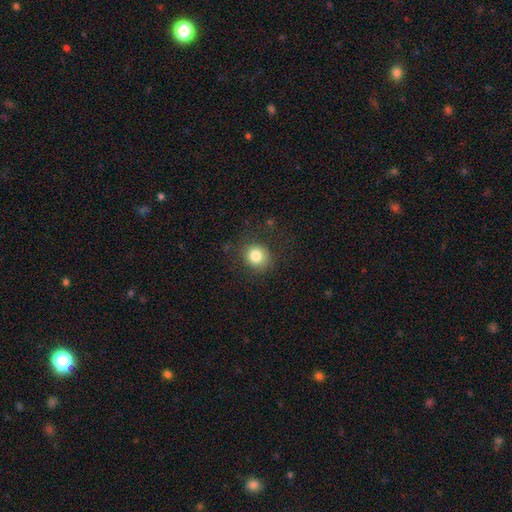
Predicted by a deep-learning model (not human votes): smooth_or_featured: smooth (p=0.82) [alt: star or artifact p=0.11]
how_rounded: round (p=0.83) [alt: in between p=0.16]
merging: none (p=0.80) [alt: minor disturbance p=0.13]